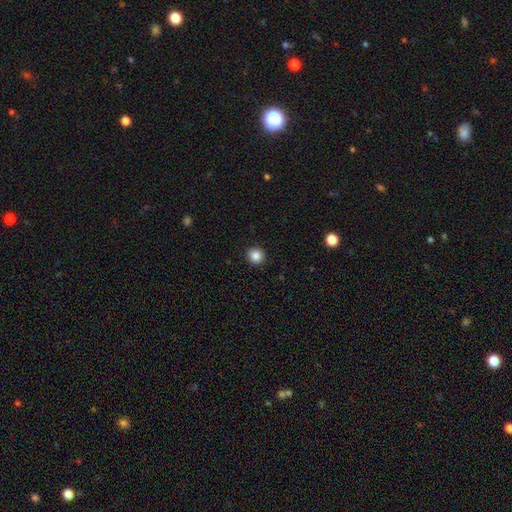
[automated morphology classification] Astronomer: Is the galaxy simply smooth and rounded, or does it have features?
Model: smooth — 85%.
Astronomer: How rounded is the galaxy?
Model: round — 93%.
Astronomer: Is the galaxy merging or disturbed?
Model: none — 92%.